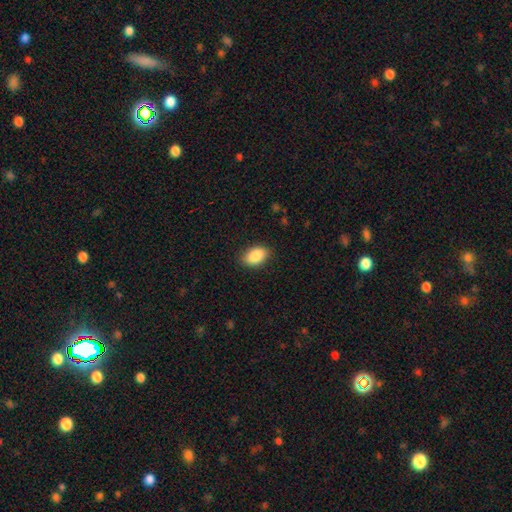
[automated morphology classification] A smooth galaxy with no disk features (88%) that is in between round and cigar-shaped (90%).

Vote fractions:
- Smooth or featured? smooth: 88% / star or artifact: 7% / featured or disk: 5%
- How rounded? in between: 90% / round: 9% / cigar-shaped: 1%
- Merging? none: 87% / minor disturbance: 10% / major disturbance: 2% / merger: 1%